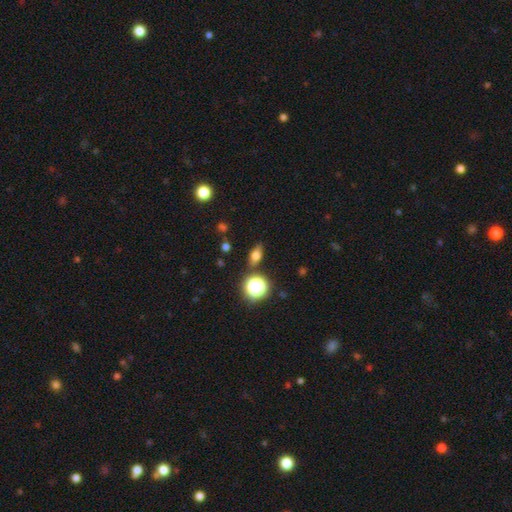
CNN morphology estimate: smooth_or_featured: smooth (p=0.66) [alt: featured or disk p=0.18]
how_rounded: in between (p=0.67) [alt: round p=0.22]
merging: none (p=0.82) [alt: minor disturbance p=0.12]